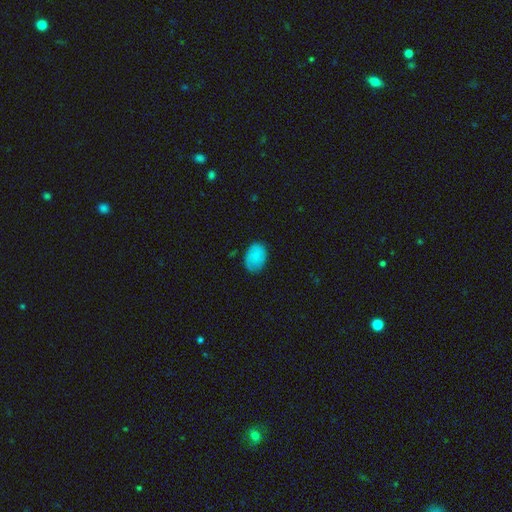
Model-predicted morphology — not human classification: Q: Smooth or featured?
A: smooth (82%); runner-up: featured or disk (10%)
Q: How rounded?
A: in between (76%); runner-up: round (23%)
Q: Merging?
A: none (78%); runner-up: minor disturbance (17%)